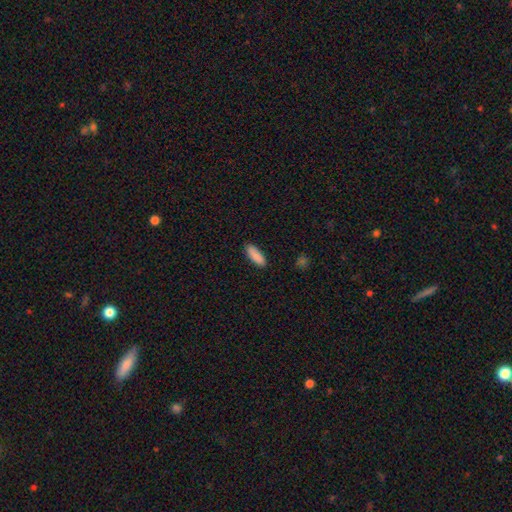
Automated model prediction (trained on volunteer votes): Smooth or featured? Predicted: smooth (p=0.89). How rounded? Predicted: in between (p=0.62). Merging? Predicted: none (p=0.88).